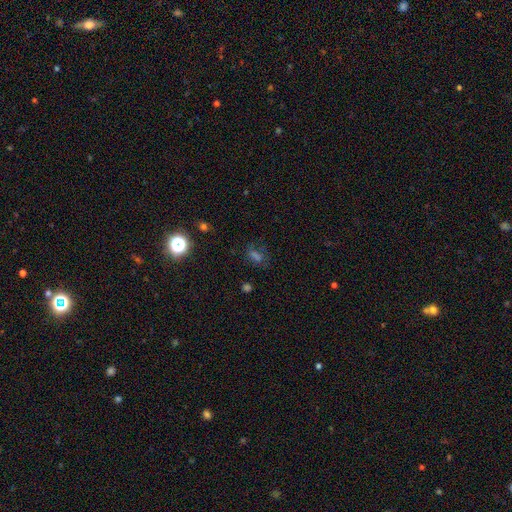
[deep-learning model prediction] This is marginally a smooth galaxy (42%, tied with star or artifact). Merging: likely none (67%).